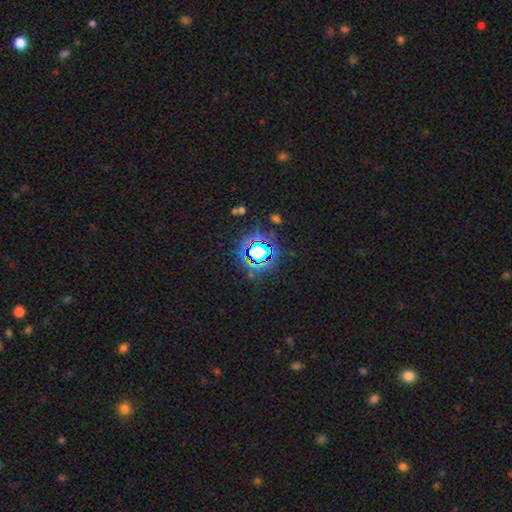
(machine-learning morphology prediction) smooth_or_featured: star or artifact (p=0.70) [alt: smooth p=0.18]